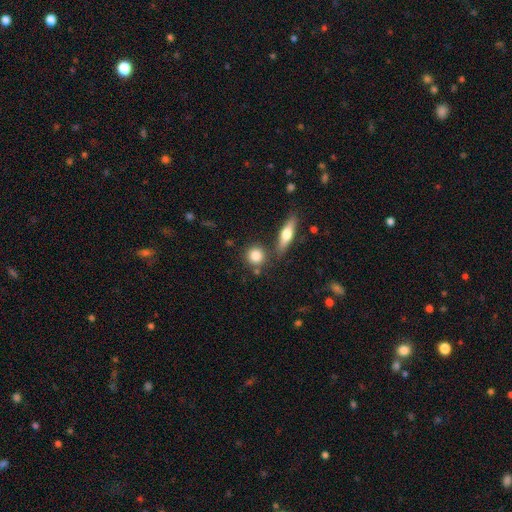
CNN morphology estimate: Q: Smooth or featured?
A: smooth (82%); runner-up: featured or disk (10%)
Q: How rounded?
A: round (81%); runner-up: in between (15%)
Q: Merging?
A: none (74%); runner-up: merger (12%)